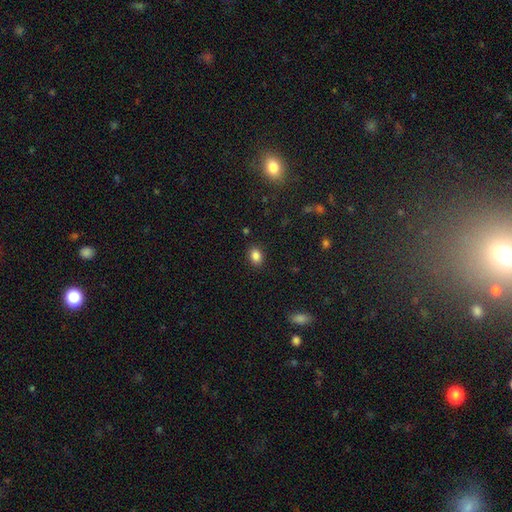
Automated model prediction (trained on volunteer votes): smooth 85%, star or artifact 10%, featured or disk 5%. Down the decision tree: how rounded — in between (69%); merging — none (88%).